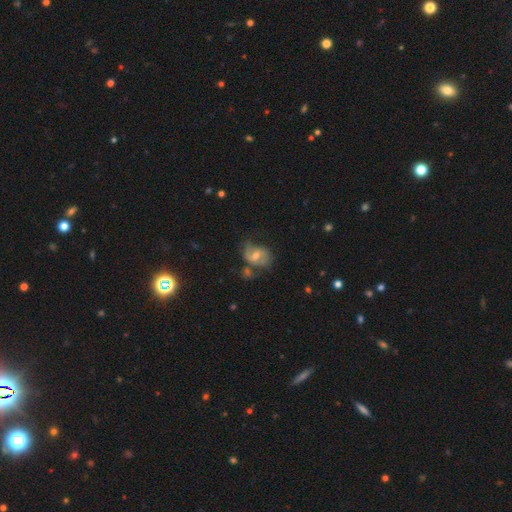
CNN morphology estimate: Overall: featured or disk (62%; smooth 30%). Edge-on disk: no (97%). Bar: weak (53%; no 28%). Spiral arms: yes (80%). Bulge size: moderate (57%; small 30%). Merging: none (46%; minor disturbance 24%).